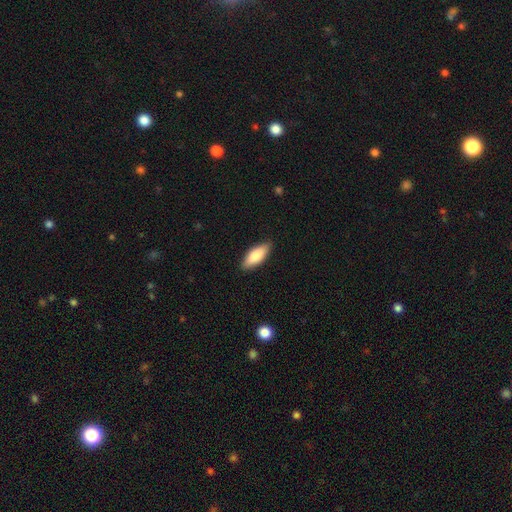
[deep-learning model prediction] Q: Smooth or featured?
A: smooth (81%); runner-up: featured or disk (14%)
Q: How rounded?
A: in between (73%); runner-up: cigar-shaped (25%)
Q: Merging?
A: none (87%); runner-up: minor disturbance (10%)